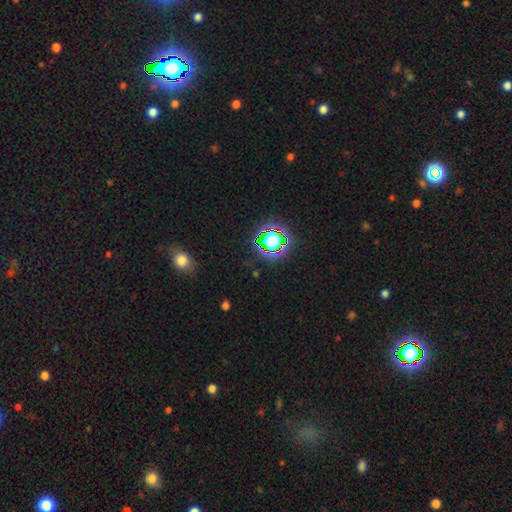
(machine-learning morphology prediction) Smooth or featured? Predicted: star or artifact (p=0.69).